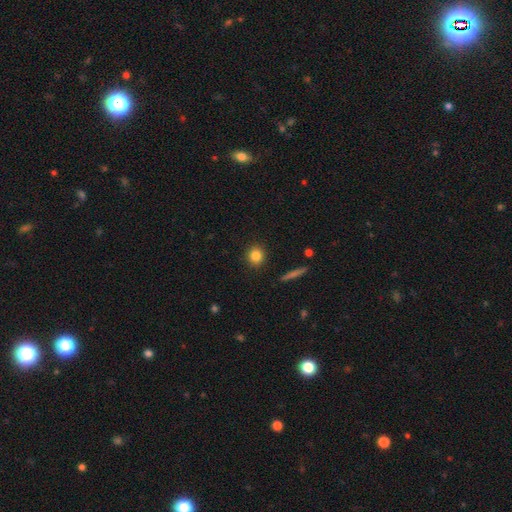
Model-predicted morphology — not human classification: Smooth or featured? Predicted: smooth (p=0.83). How rounded? Predicted: round (p=0.87). Merging? Predicted: none (p=0.91).